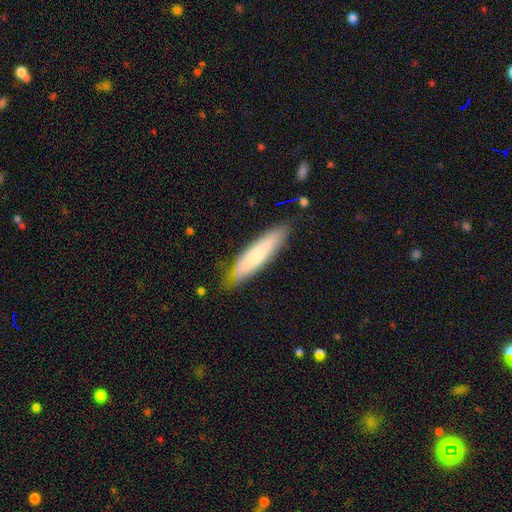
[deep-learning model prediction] The model was most divided on "smooth or featured": smooth: 68%, featured or disk: 26%, star or artifact: 6%. More confident: how rounded — cigar-shaped (76%); merging — none (75%).